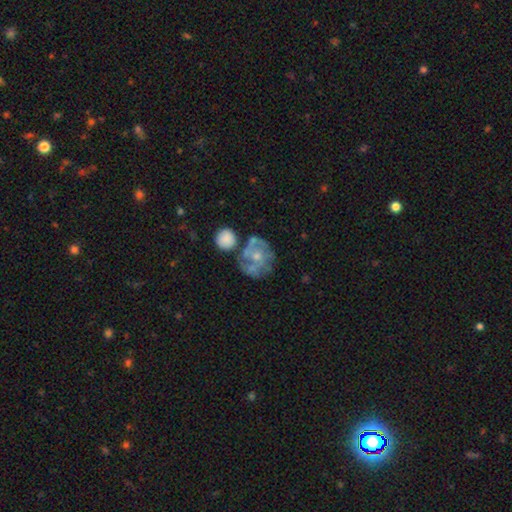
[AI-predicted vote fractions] A featured or disk galaxy (66%) with no bar (77%), spiral arms (66%) and a moderate central bulge (46%). Merging: none (46%).